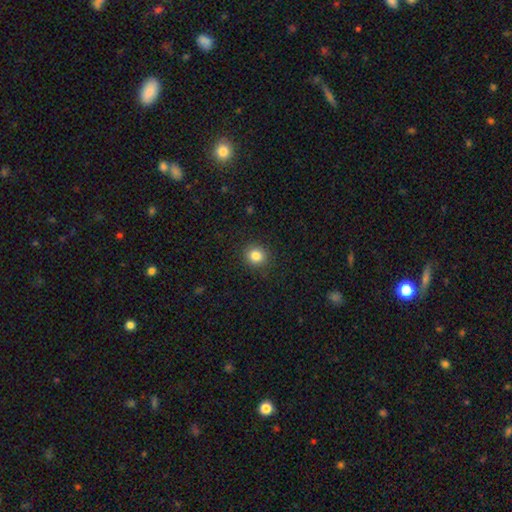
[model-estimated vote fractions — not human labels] Q: Smooth or featured?
A: smooth (84%); runner-up: star or artifact (11%)
Q: How rounded?
A: round (85%); runner-up: in between (14%)
Q: Merging?
A: none (90%); runner-up: minor disturbance (6%)